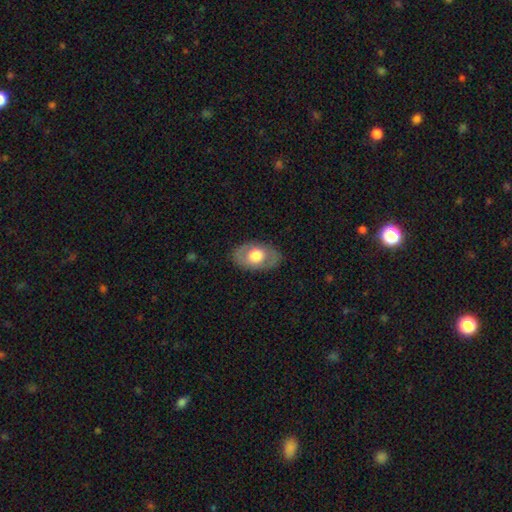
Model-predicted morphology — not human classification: smooth_or_featured: smooth (p=0.56) [alt: featured or disk p=0.39]
how_rounded: in between (p=0.86) [alt: round p=0.12]
merging: none (p=0.84) [alt: minor disturbance p=0.12]